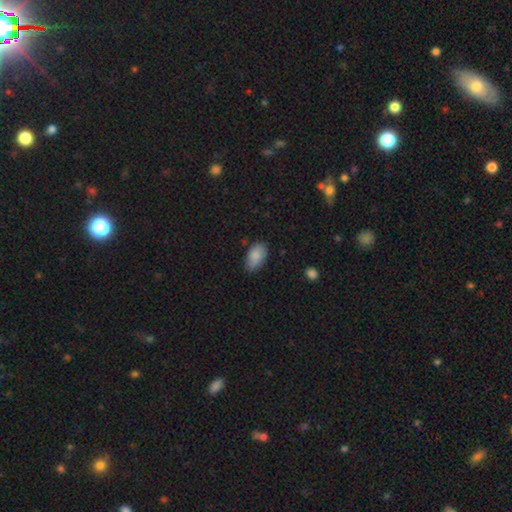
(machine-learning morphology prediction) type=smooth (86%); roundness=in between (94%); merging=none (74%).